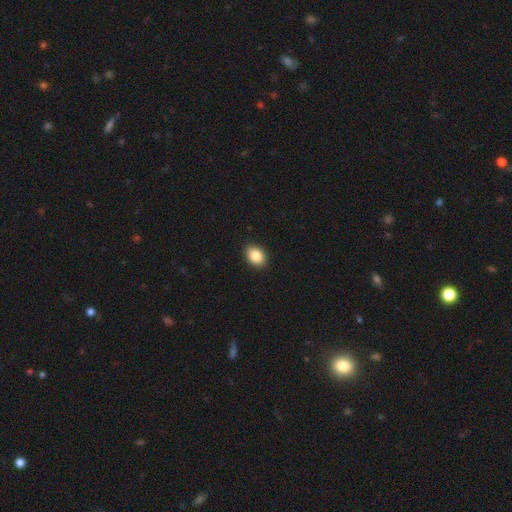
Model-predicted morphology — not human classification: Smooth or featured? smooth (86%)
How rounded? in between (72%)
Merging? none (90%)